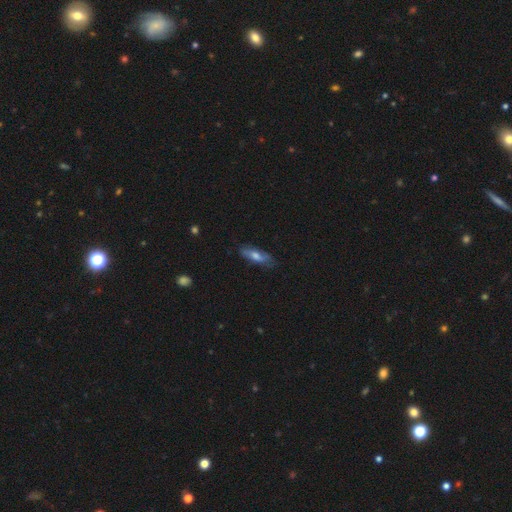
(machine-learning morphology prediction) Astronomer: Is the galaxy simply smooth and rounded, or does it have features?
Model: smooth — 54% (runner-up: featured or disk, 39%).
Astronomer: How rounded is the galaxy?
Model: in between — 50% (runner-up: cigar-shaped, 47%).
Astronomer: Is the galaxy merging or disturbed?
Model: none — 73%.